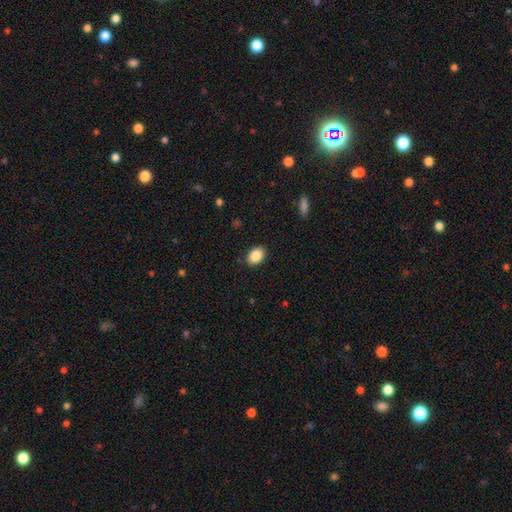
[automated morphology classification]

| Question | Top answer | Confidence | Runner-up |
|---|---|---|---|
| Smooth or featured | smooth | 88% | star or artifact (8%) |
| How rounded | in between | 81% | round (18%) |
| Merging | none | 87% | minor disturbance (9%) |